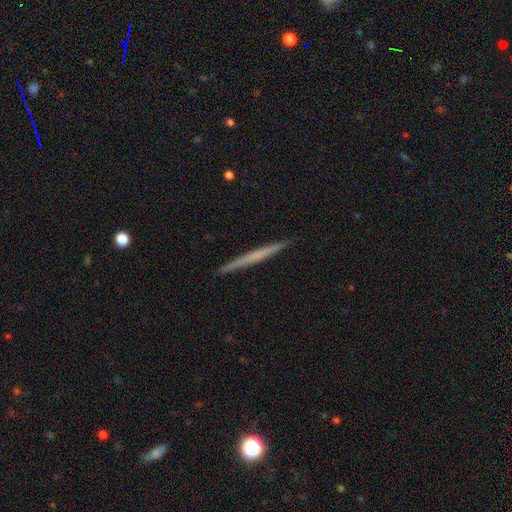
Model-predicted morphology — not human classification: The model was most divided on "smooth or featured": featured or disk: 50%, smooth: 45%, star or artifact: 6%. More confident: merging — none (93%).